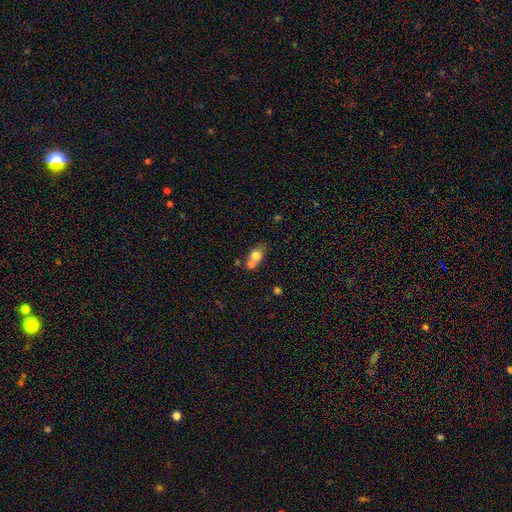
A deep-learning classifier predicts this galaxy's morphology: Smooth or featured: smooth — 74% (featured or disk — 16%)
How rounded: round — 53% (in between — 45%)
Merging: merger — 56% (none — 31%)